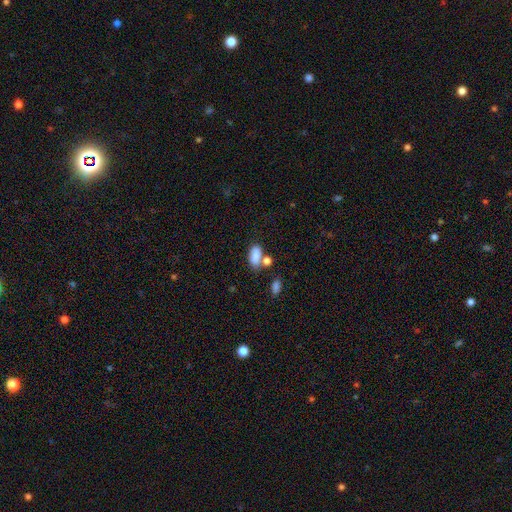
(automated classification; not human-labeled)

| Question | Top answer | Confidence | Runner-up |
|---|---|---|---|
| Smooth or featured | smooth | 84% | star or artifact (9%) |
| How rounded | in between | 89% | round (6%) |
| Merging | none | 50% | merger (30%) |